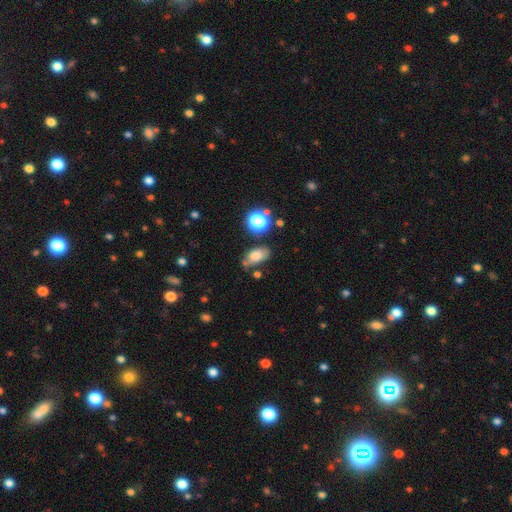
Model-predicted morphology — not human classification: The model was most divided on "merging": none: 61%, minor disturbance: 23%, merger: 9%, major disturbance: 7%. More confident: how rounded — in between (85%); smooth or featured — smooth (73%).